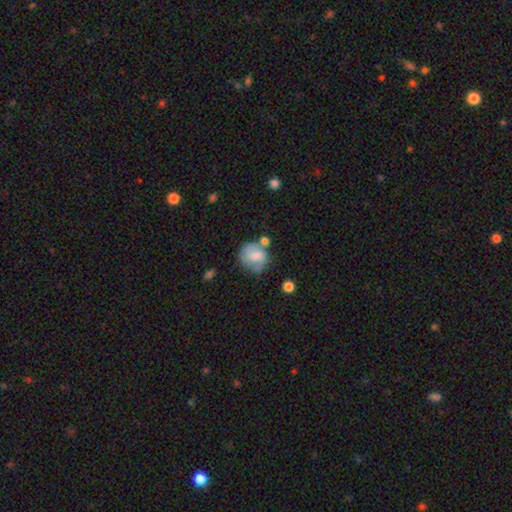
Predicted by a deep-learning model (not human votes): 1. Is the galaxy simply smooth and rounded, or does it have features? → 49% smooth, 44% featured or disk, 8% star or artifact.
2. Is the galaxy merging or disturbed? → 51% none, 24% minor disturbance, 15% merger, 10% major disturbance.